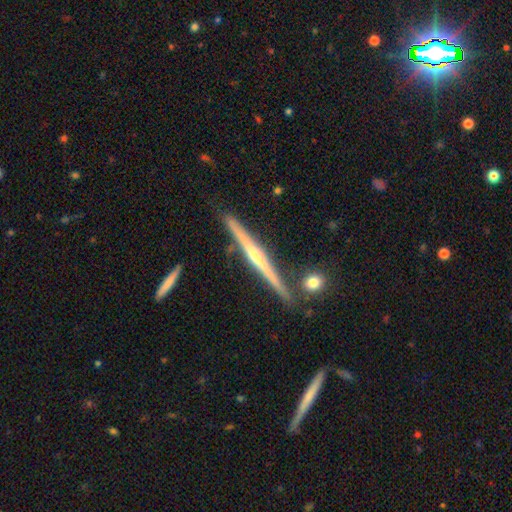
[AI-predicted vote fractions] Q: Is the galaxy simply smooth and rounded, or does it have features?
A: featured or disk — 78%.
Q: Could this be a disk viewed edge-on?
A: yes — 98%.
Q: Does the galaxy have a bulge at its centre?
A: rounded — 62%.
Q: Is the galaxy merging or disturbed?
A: none — 86%.